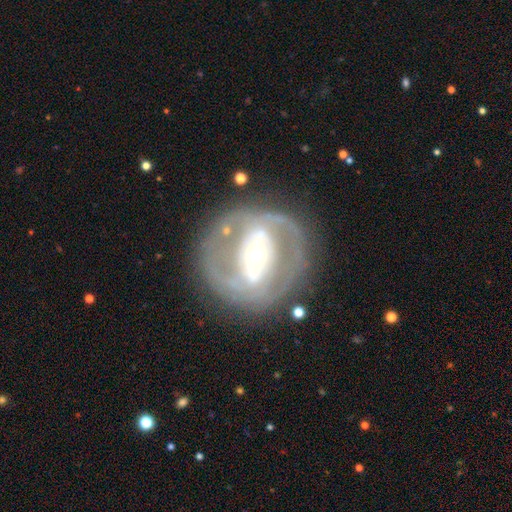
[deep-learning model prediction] Smooth or featured? Predicted: featured or disk (p=0.79). Edge-on disk? Predicted: no (p=0.93). Bar? Predicted: strong (p=0.60). Spiral arms? Predicted: yes (p=0.58). Bulge size? Predicted: moderate (p=0.61). Merging? Predicted: none (p=0.74).